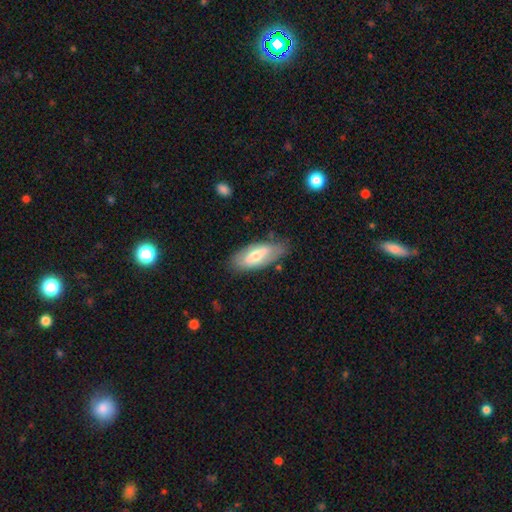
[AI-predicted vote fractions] This appears to be a smooth galaxy with no disk features (54%) that is in between round and cigar-shaped (81%). Merging: none (74%).